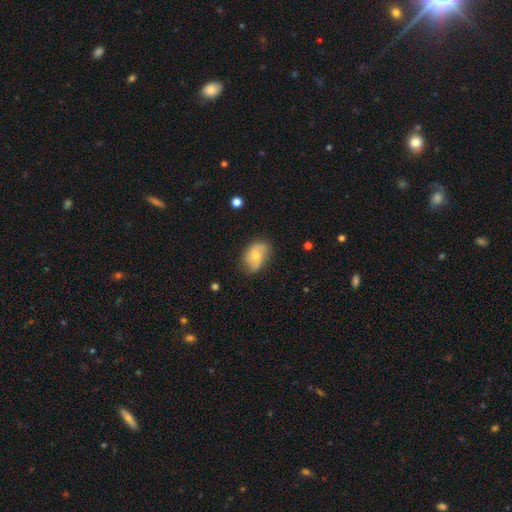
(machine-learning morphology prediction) Overall: smooth (51%; featured or disk 42%). How rounded: in between (79%). Merging: none (60%; minor disturbance 29%).